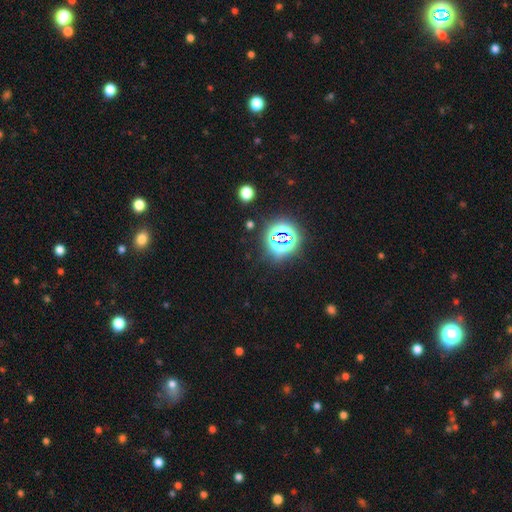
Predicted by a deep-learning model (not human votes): A star or artifact, not a galaxy (72%).

Vote fractions:
- Smooth or featured? star or artifact: 72% / smooth: 22% / featured or disk: 7%